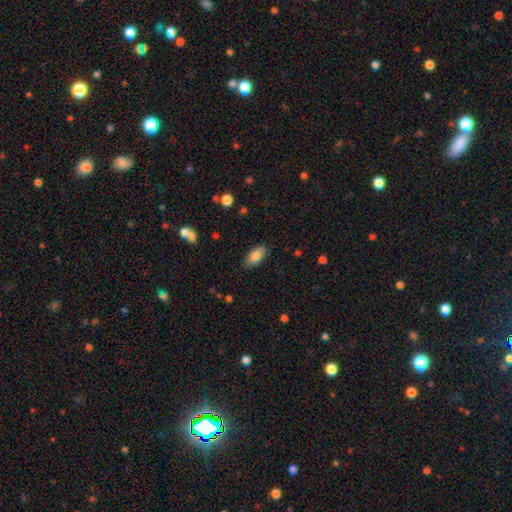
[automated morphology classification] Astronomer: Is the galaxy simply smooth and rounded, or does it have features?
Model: smooth — 83%.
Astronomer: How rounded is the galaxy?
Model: in between — 90%.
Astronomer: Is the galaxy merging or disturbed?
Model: none — 84%.